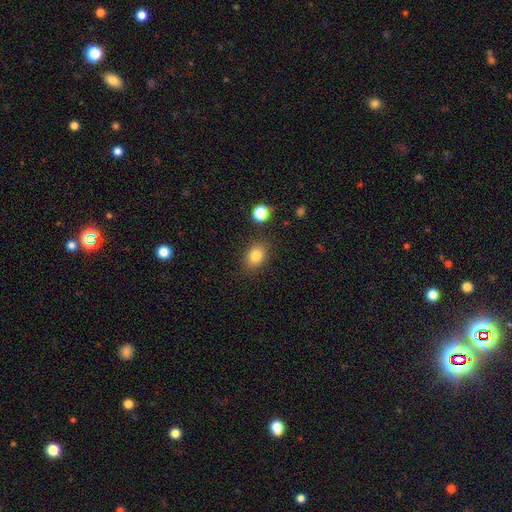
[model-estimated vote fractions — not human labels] Smooth or featured? smooth (82%)
How rounded? in between (66%)
Merging? none (83%)